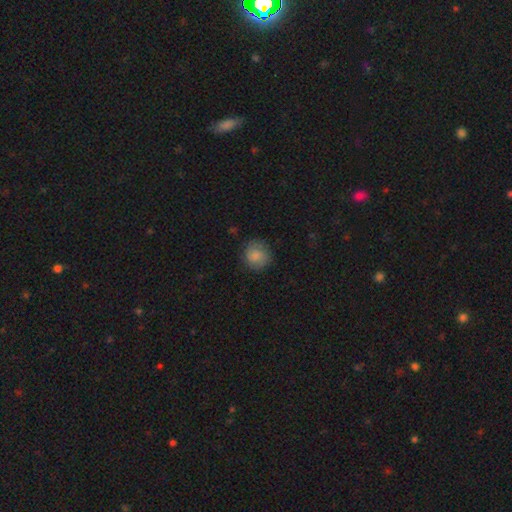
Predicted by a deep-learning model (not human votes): Overall: smooth (77%). How rounded: round (85%). Merging: none (77%).